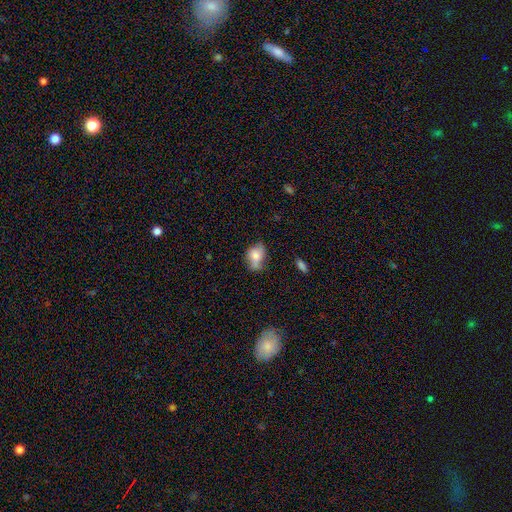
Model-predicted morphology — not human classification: Q: Smooth or featured?
A: smooth (67%); runner-up: featured or disk (23%)
Q: How rounded?
A: in between (73%); runner-up: round (24%)
Q: Merging?
A: none (41%); runner-up: minor disturbance (34%)